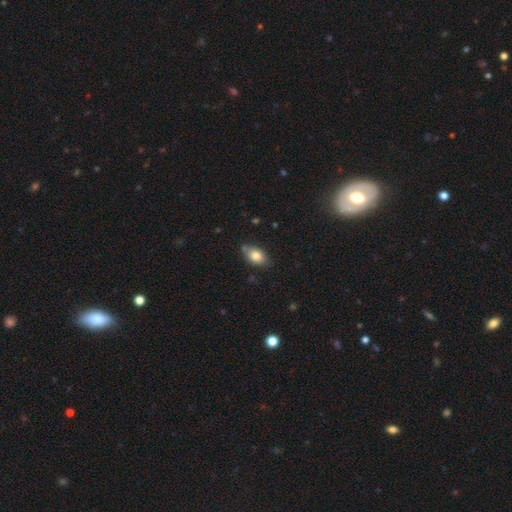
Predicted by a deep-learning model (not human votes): Smooth or featured?
  - smooth: 80% *
  - featured or disk: 12%
  - star or artifact: 8%
How rounded?
  - in between: 85% *
  - round: 13%
  - cigar-shaped: 2%
Merging?
  - none: 72% *
  - minor disturbance: 21%
  - merger: 4%
  - major disturbance: 3%